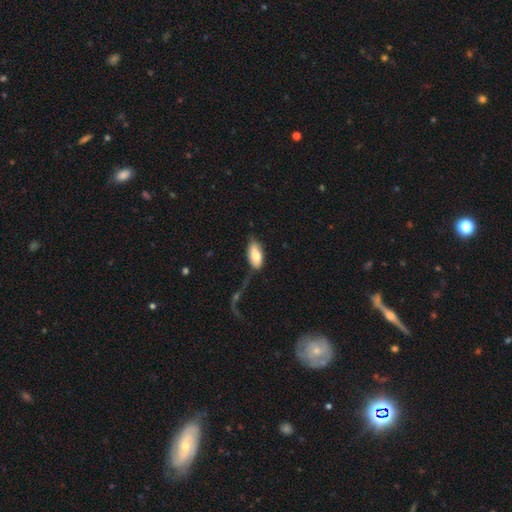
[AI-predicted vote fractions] smooth 73%, featured or disk 21%, star or artifact 6%. Down the decision tree: how rounded — in between (90%); merging — none (41%).